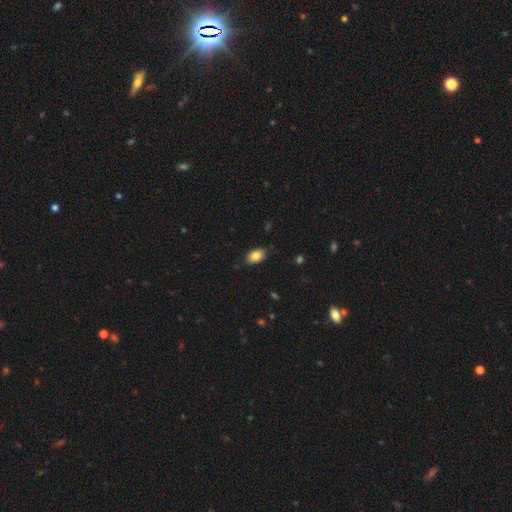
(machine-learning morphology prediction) This is clearly a smooth galaxy (83%). How rounded: clearly in between (89%). Merging: clearly none (86%).